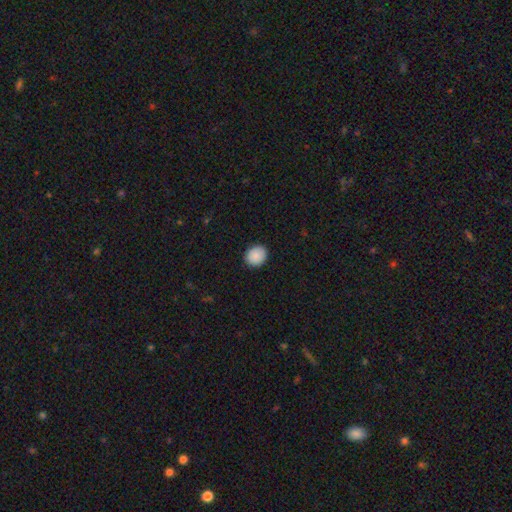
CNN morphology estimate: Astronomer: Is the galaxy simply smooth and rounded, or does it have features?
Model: smooth — 89%.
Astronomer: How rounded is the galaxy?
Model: round — 75%.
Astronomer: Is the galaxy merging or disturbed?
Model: none — 91%.